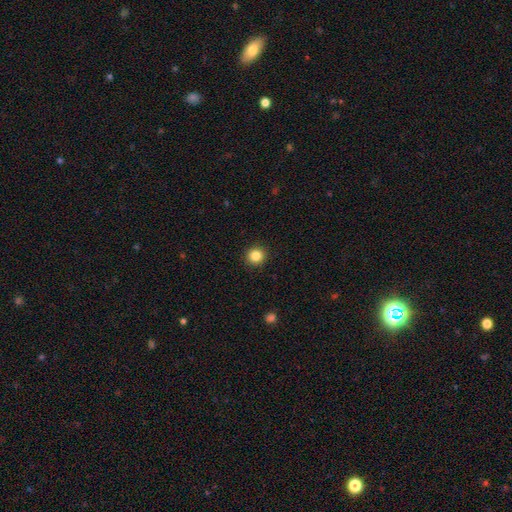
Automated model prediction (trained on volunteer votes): A smooth galaxy with no disk features (85%) that is round (93%). Merging: none (93%).